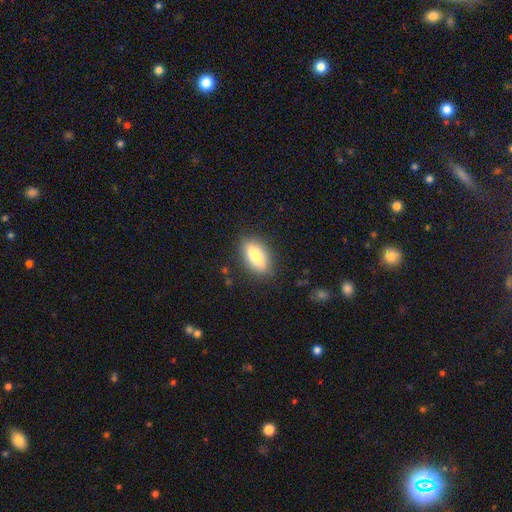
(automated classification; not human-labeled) smooth_or_featured: smooth (p=0.78) [alt: featured or disk p=0.15]
how_rounded: in between (p=0.74) [alt: cigar-shaped p=0.23]
merging: none (p=0.84) [alt: minor disturbance p=0.12]